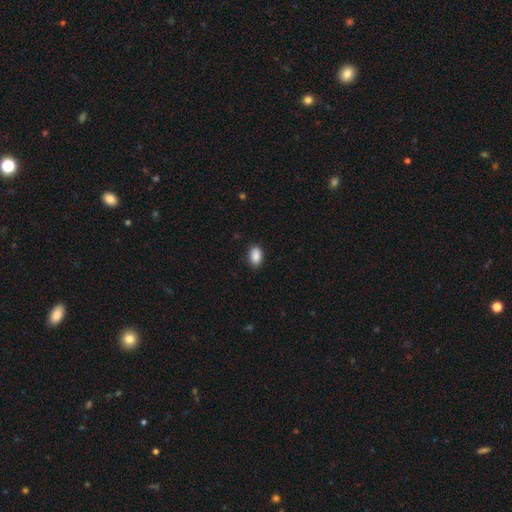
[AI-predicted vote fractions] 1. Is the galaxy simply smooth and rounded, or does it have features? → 90% smooth, 7% star or artifact, 3% featured or disk.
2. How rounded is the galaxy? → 91% in between, 8% round, 1% cigar-shaped.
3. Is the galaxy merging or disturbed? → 88% none, 10% minor disturbance, 2% major disturbance, 1% merger.